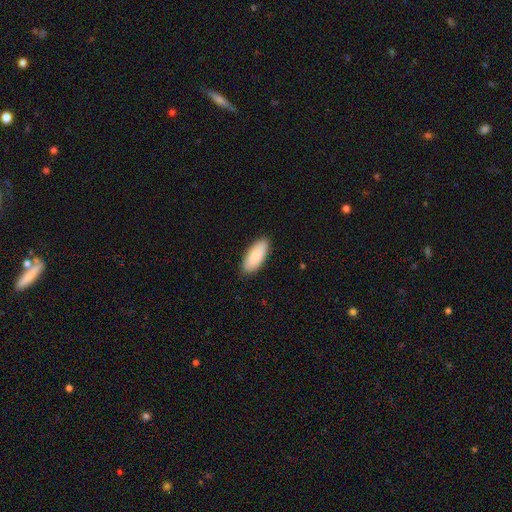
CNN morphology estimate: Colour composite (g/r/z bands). It shows a smooth galaxy with no disk features (83%) that is in between round and cigar-shaped (84%). Merging: none (88%).